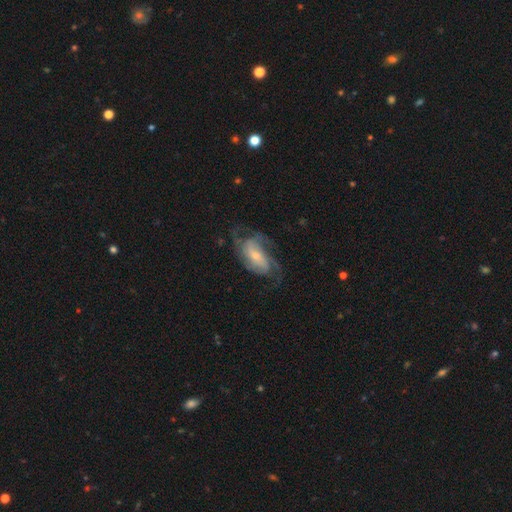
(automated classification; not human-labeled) Overall: featured or disk (80%). Edge-on disk: no (96%). Bar: no (43%; weak 39%). Spiral arms: yes (93%). Spiral arm count: 2 (34%; 3 27%). Spiral winding: medium (47%; tight 30%). Bulge size: small (59%; moderate 31%). Merging: none (58%; minor disturbance 20%).